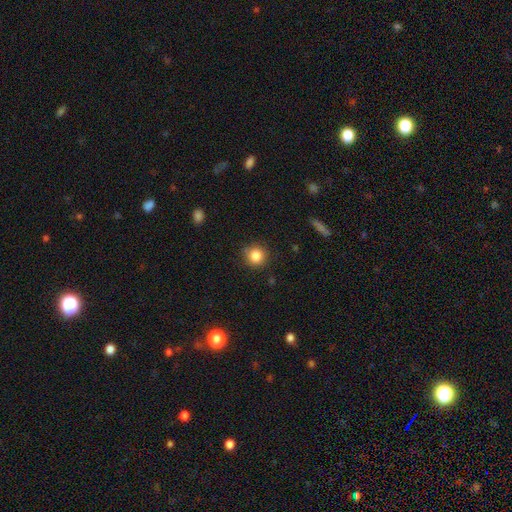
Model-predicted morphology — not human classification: A smooth galaxy with no disk features (85%) that is round (91%).

Vote fractions:
- Smooth or featured? smooth: 85% / star or artifact: 10% / featured or disk: 5%
- How rounded? round: 91% / in between: 8% / cigar-shaped: 1%
- Merging? none: 86% / minor disturbance: 10% / major disturbance: 3% / merger: 1%